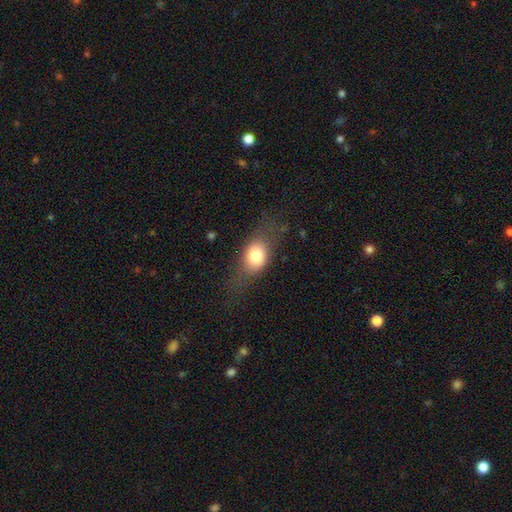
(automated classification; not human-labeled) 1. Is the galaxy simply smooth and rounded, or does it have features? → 72% smooth, 19% featured or disk, 8% star or artifact.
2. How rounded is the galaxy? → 68% in between, 28% round, 4% cigar-shaped.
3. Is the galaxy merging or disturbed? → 59% none, 22% minor disturbance, 17% major disturbance, 2% merger.